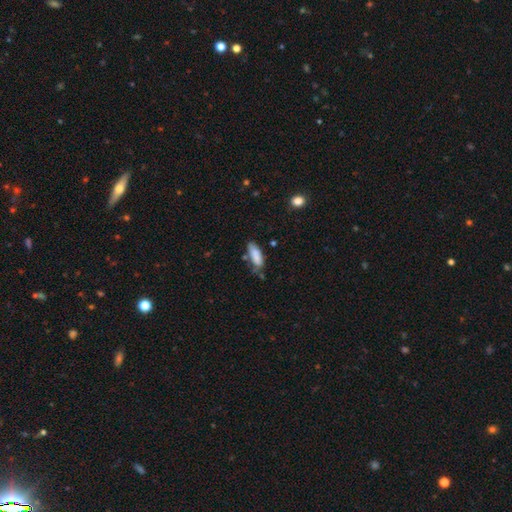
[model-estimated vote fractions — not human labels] A smooth galaxy with no disk features (81%) that is in between round and cigar-shaped (68%). Merging: none (52%).